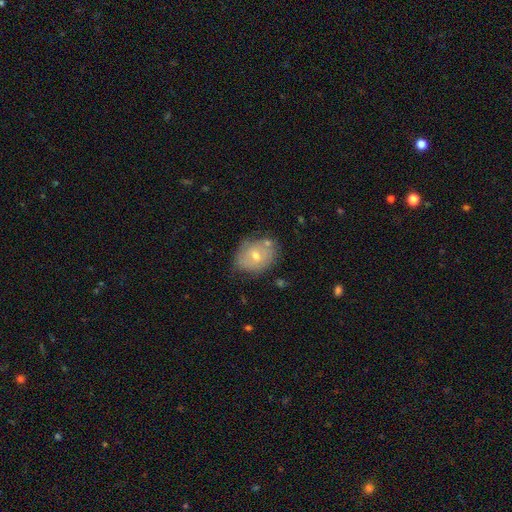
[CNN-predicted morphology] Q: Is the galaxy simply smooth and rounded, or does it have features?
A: smooth — 50%.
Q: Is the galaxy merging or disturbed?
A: none — 67%.